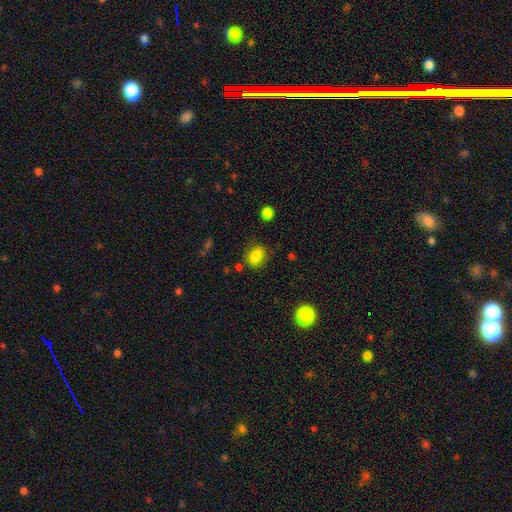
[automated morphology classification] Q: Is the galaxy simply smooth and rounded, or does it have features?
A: smooth — 83%.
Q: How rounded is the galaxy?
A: in between — 55%.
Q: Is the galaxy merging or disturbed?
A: none — 77%.